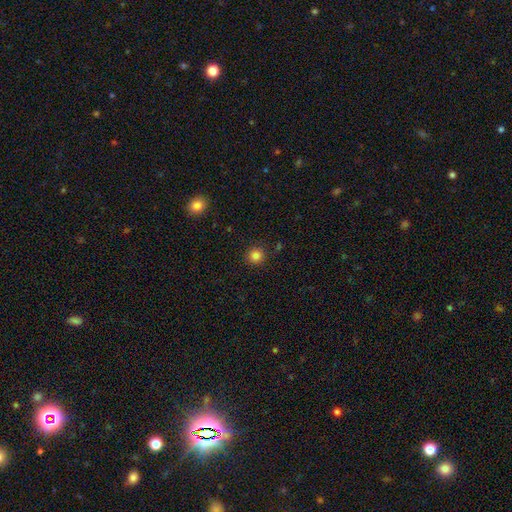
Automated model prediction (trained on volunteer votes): smooth 83%, star or artifact 12%, featured or disk 4%. Down the decision tree: how rounded — round (94%); merging — none (90%).